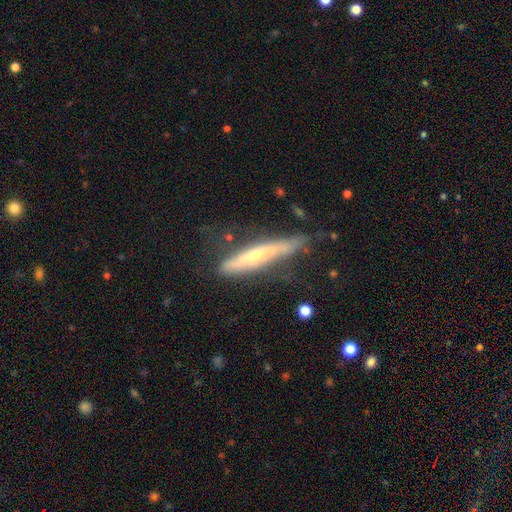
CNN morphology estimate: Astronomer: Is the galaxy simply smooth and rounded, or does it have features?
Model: featured or disk — 62%.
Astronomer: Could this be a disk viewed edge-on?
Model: yes — 80%.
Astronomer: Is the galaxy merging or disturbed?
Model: none — 61%.